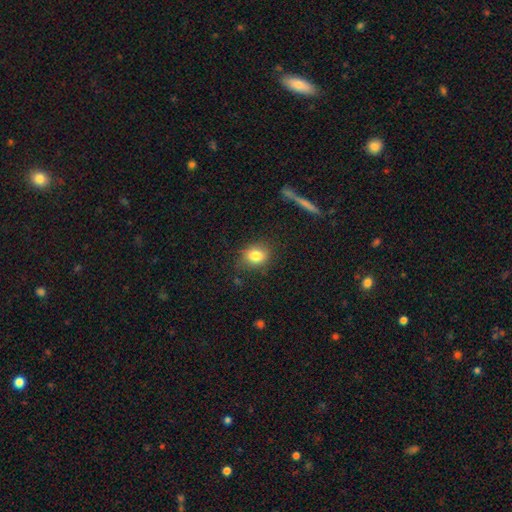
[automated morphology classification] Smooth or featured? Predicted: smooth (p=0.82). How rounded? Predicted: round (p=0.57). Merging? Predicted: none (p=0.80).